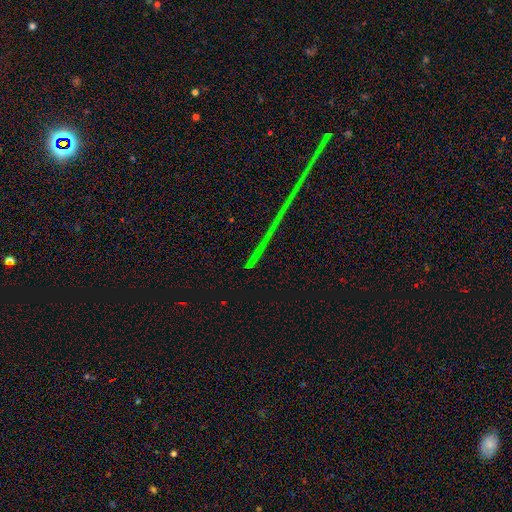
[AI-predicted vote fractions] Smooth or featured? star or artifact (85%)